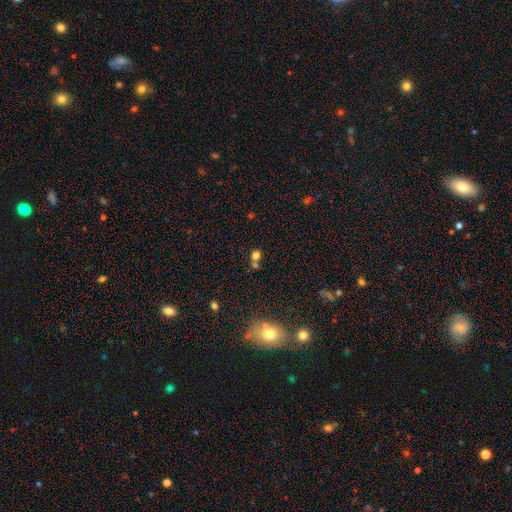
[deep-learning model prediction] smooth-or-featured: smooth: 71% | star or artifact: 20% | featured or disk: 9%
  how-rounded: round: 72% | in between: 27% | cigar-shaped: 1%
  merging: none: 47% | merger: 40% | minor disturbance: 8% | major disturbance: 4%